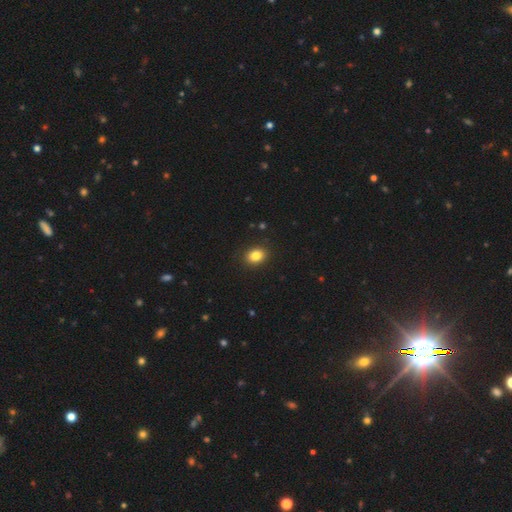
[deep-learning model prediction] A smooth galaxy with no disk features (84%) that is in between round and cigar-shaped (61%). Merging: none (89%).